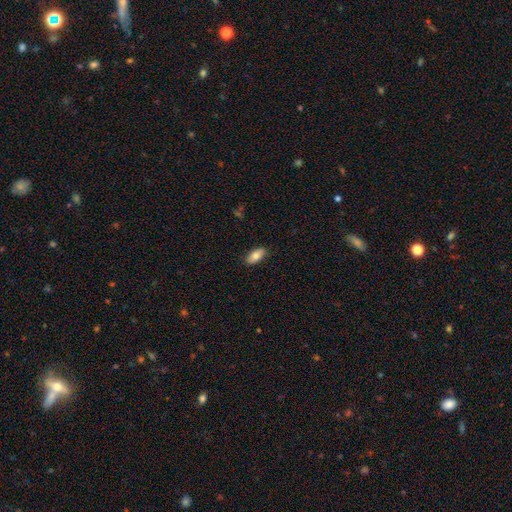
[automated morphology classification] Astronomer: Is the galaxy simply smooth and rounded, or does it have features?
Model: smooth — 80%.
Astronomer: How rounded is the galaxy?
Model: in between — 89%.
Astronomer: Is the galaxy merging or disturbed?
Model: none — 87%.